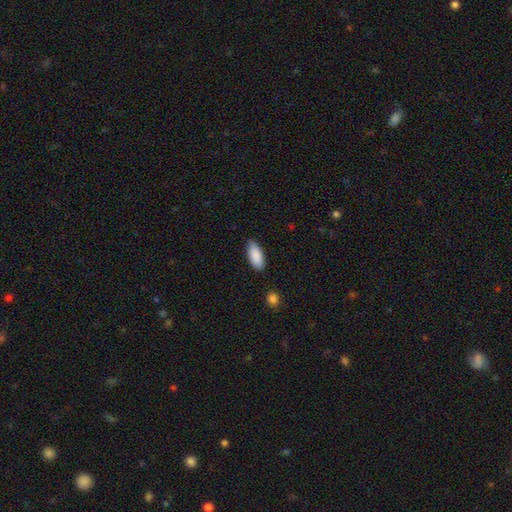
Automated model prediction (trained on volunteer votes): Morphology: type=smooth (90%); roundness=in between (87%); merging=none (85%).